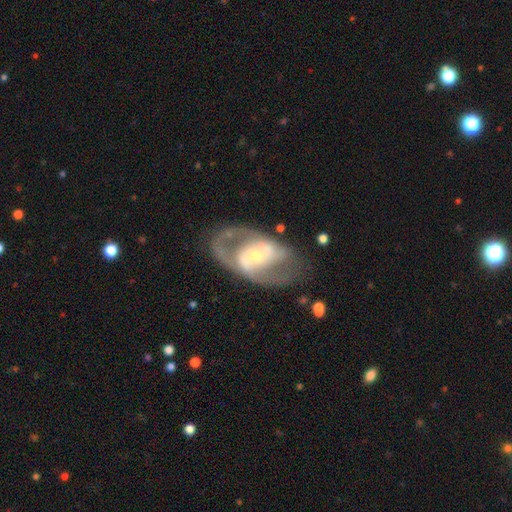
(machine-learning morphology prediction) featured or disk 84%, smooth 11%, star or artifact 5%. Down the decision tree: edge-on disk — no (95%); bar — weak (38%); spiral arms — yes (87%); spiral arm count — 2 (84%); spiral winding — medium (52%); bulge size — small (53%); merging — none (67%).